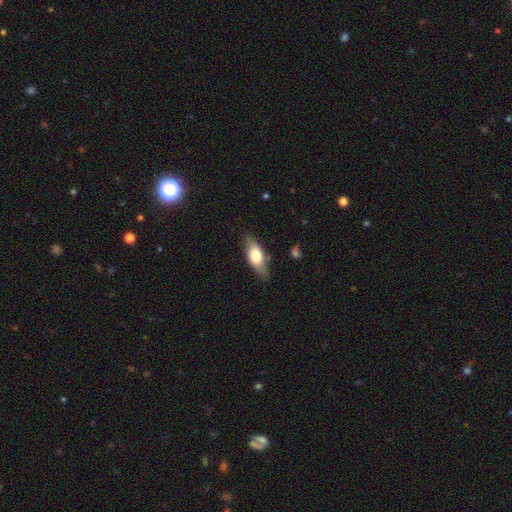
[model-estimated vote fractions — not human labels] Overall: smooth (66%; featured or disk 28%). How rounded: in between (75%). Merging: none (78%).